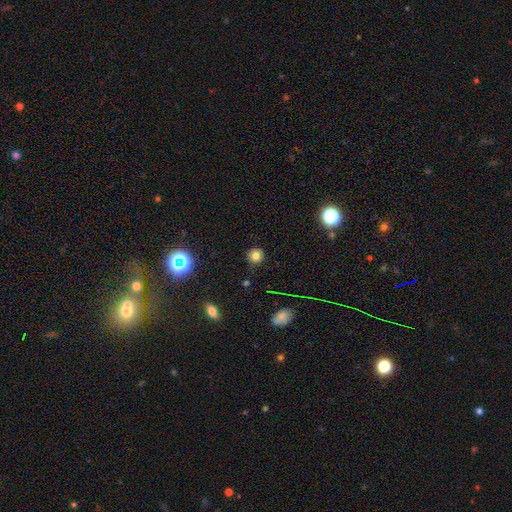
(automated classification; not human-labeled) A smooth galaxy with no disk features (79%) that is round (91%). Merging: none (89%).